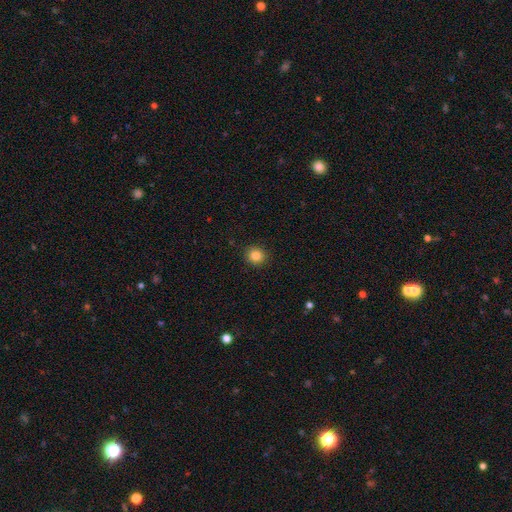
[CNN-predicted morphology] smooth_or_featured: smooth (p=0.84) [alt: star or artifact p=0.11]
how_rounded: round (p=0.91) [alt: in between p=0.08]
merging: none (p=0.92) [alt: minor disturbance p=0.05]